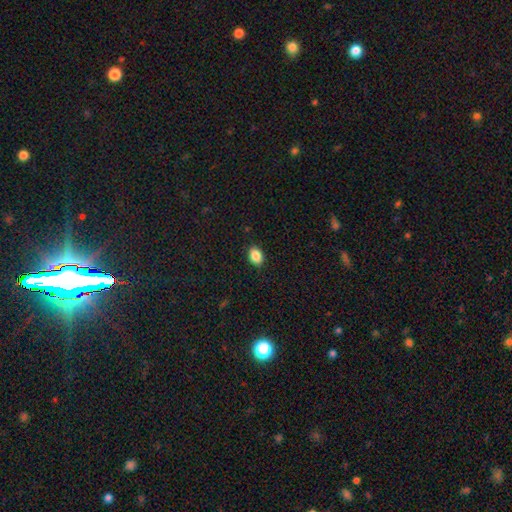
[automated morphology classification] Overall: smooth (87%). How rounded: in between (75%). Merging: none (89%).